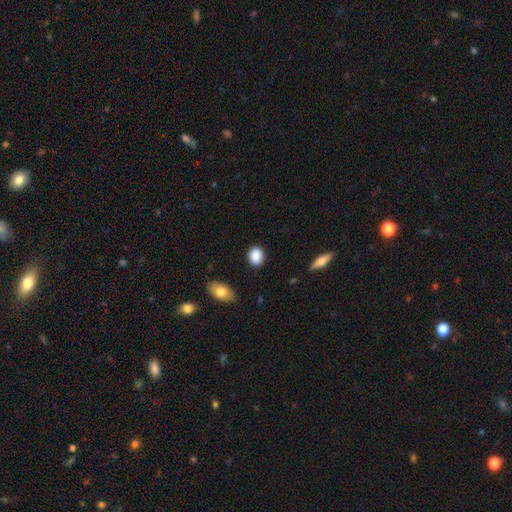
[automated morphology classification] smooth_or_featured: smooth (p=0.89) [alt: star or artifact p=0.07]
how_rounded: round (p=0.50) [alt: in between p=0.49]
merging: none (p=0.88) [alt: minor disturbance p=0.09]